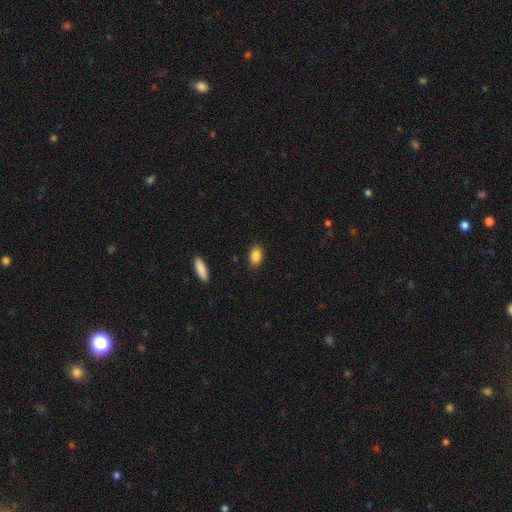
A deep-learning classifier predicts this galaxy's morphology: Smooth or featured: smooth — 88% (star or artifact — 8%)
How rounded: in between — 86% (round — 12%)
Merging: none — 88% (minor disturbance — 9%)